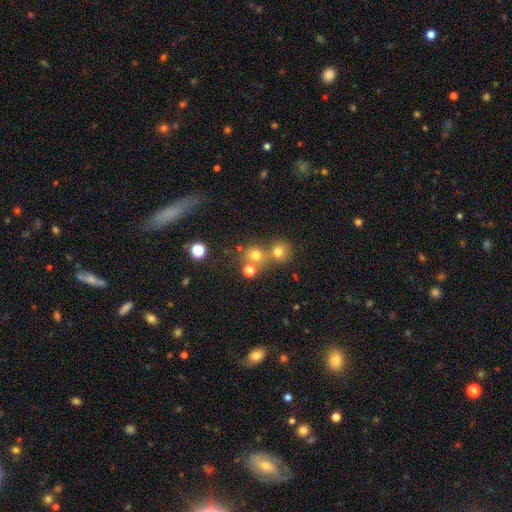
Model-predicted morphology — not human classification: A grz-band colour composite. It shows a smooth galaxy with no disk features (70%) that is round (87%). Merging: none (53%).